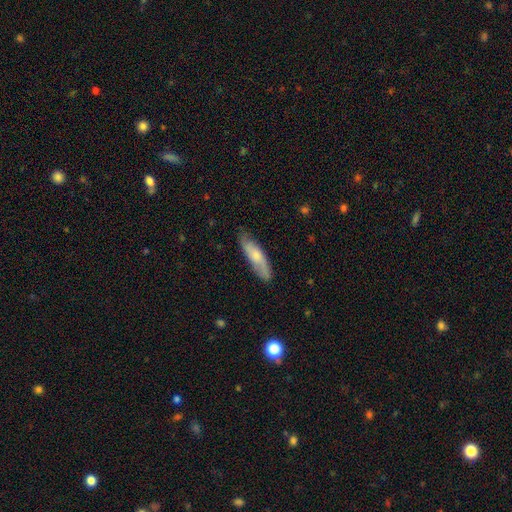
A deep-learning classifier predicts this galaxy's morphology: Smooth or featured?
  - smooth: 60% *
  - featured or disk: 34%
  - star or artifact: 6%
How rounded?
  - cigar-shaped: 62% *
  - in between: 36%
  - round: 2%
Merging?
  - none: 77% *
  - minor disturbance: 19%
  - major disturbance: 3%
  - merger: 1%